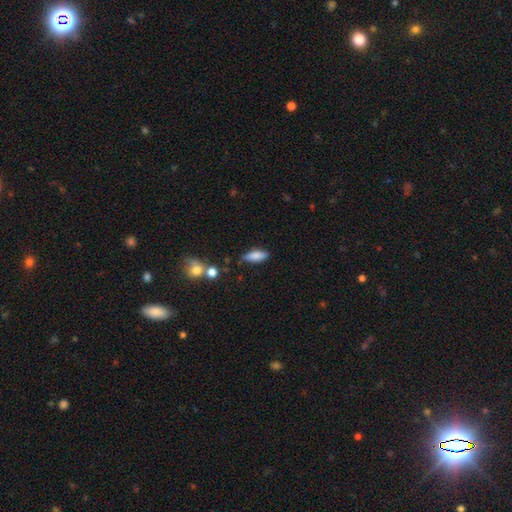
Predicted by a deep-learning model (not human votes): This appears to be a smooth galaxy with no disk features (82%) that is in between round and cigar-shaped (68%). Merging: none (68%).